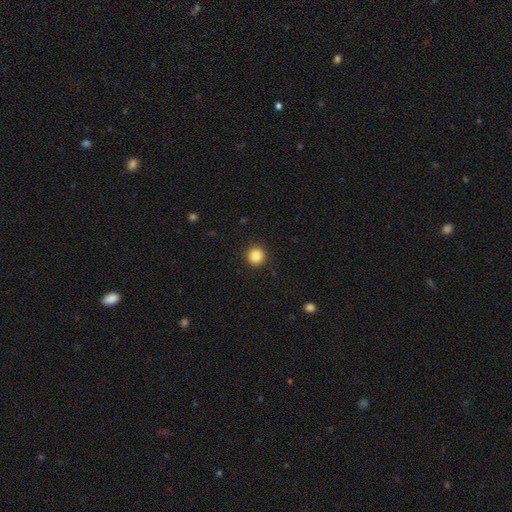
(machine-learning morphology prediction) This is clearly a smooth galaxy (86%). How rounded: clearly round (94%). Merging: clearly none (92%).